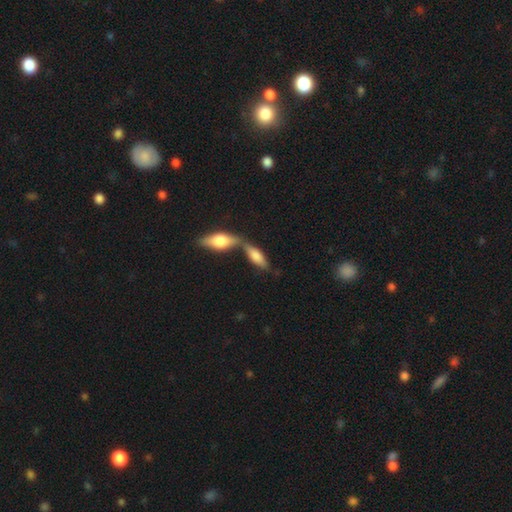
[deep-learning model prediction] Q: Smooth or featured?
A: smooth (70%); runner-up: featured or disk (23%)
Q: How rounded?
A: in between (69%); runner-up: cigar-shaped (28%)
Q: Merging?
A: merger (55%); runner-up: none (31%)